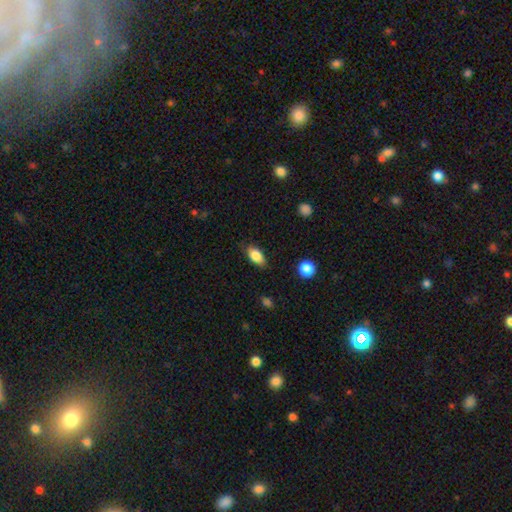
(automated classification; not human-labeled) smooth-or-featured: smooth: 83% | featured or disk: 10% | star or artifact: 7%
  how-rounded: in between: 88% | cigar-shaped: 6% | round: 6%
  merging: none: 79% | minor disturbance: 16% | major disturbance: 4% | merger: 1%